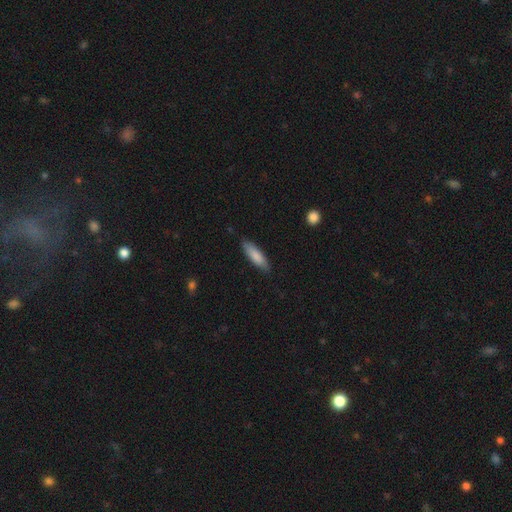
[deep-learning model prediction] Smooth or featured? smooth (82%)
How rounded? cigar-shaped (54%)
Merging? none (83%)